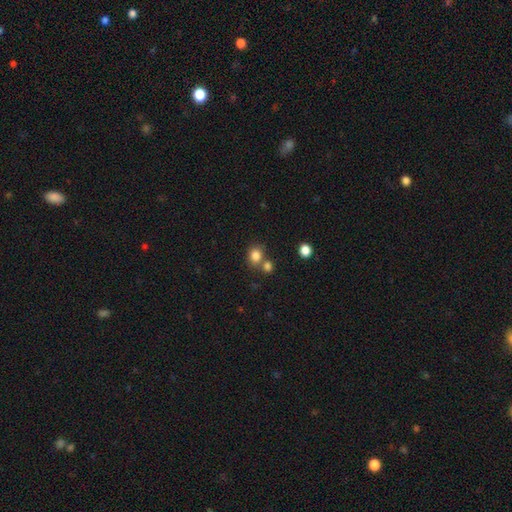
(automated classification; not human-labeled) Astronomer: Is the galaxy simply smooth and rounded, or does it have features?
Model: smooth — 82%.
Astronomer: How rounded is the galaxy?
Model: round — 72%.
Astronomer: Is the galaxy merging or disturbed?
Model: none — 59%.